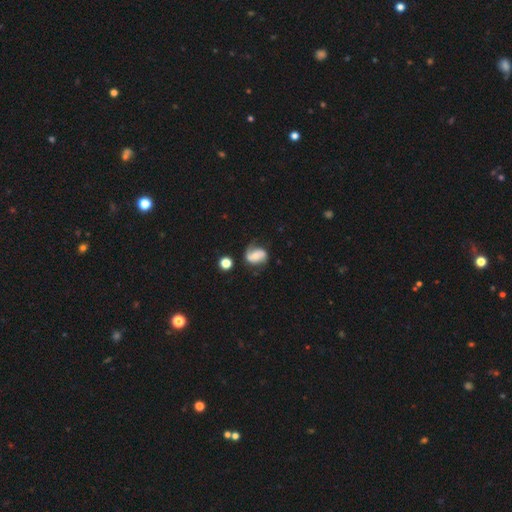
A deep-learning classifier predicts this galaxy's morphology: A featured or disk galaxy (70%) with no bar (42%), 2 (82%) loose (41%, tied with medium) spiral arms (92%) and a moderate central bulge (46%). Merging: none (63%).